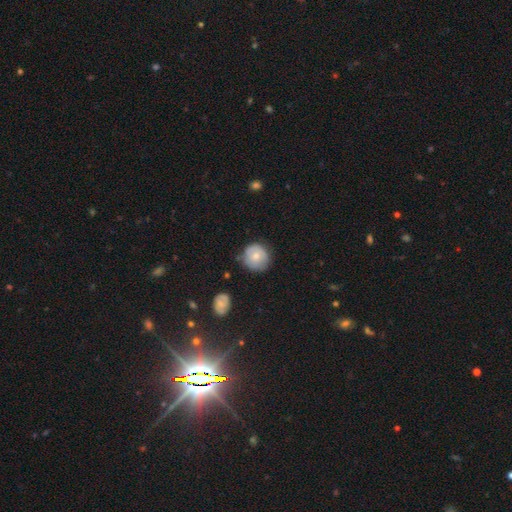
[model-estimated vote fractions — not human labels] smooth_or_featured: smooth (p=0.69) [alt: featured or disk p=0.24]
how_rounded: round (p=0.90) [alt: in between p=0.09]
merging: none (p=0.72) [alt: minor disturbance p=0.21]